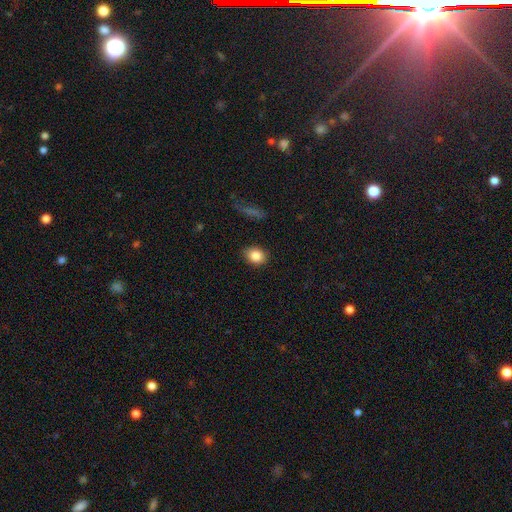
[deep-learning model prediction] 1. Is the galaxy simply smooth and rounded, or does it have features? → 86% smooth, 9% star or artifact, 5% featured or disk.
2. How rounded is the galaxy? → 50% round, 48% in between, 1% cigar-shaped.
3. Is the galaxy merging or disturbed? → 84% none, 12% minor disturbance, 3% major disturbance, 1% merger.